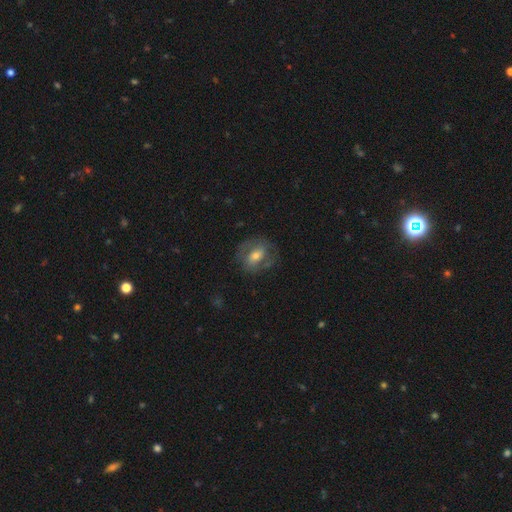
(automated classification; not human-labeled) This appears to be a featured or disk galaxy (53%) with a weak bar (35%, tied with no), spiral arms (57%) and a moderate central bulge (58%). Merging: none (71%).